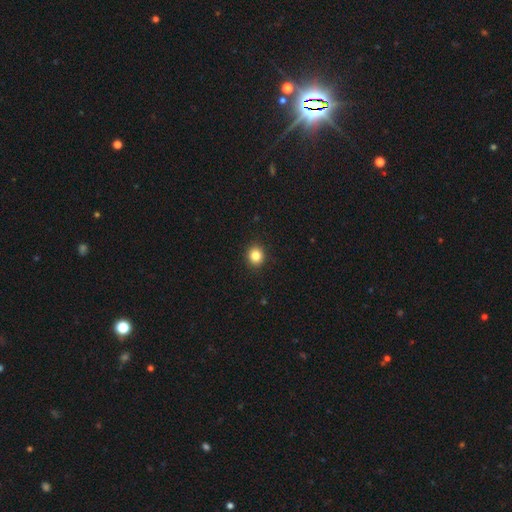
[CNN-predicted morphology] Smooth or featured: smooth — 84% (star or artifact — 11%)
How rounded: round — 82% (in between — 17%)
Merging: none — 92% (minor disturbance — 5%)